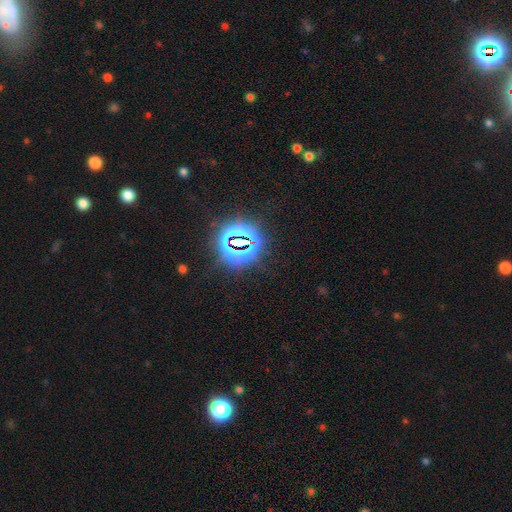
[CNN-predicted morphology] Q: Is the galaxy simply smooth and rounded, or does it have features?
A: star or artifact — 83%.